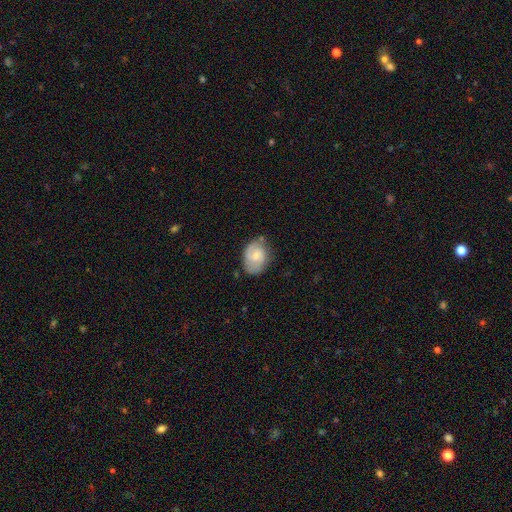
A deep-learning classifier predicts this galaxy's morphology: The model was most divided on "smooth or featured": smooth: 47%, featured or disk: 46%, star or artifact: 7%. More confident: merging — none (62%).